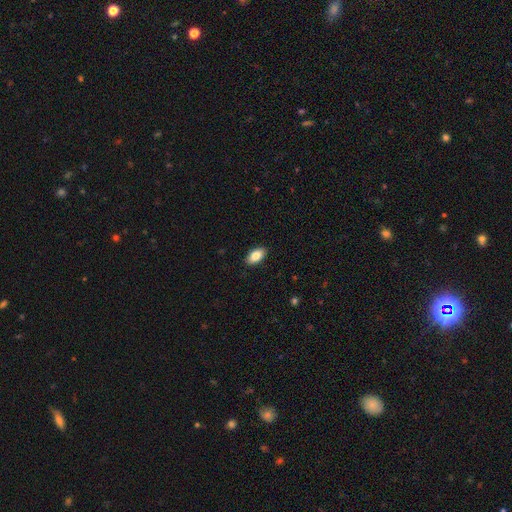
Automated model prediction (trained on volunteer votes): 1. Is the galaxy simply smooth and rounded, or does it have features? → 83% smooth, 10% featured or disk, 7% star or artifact.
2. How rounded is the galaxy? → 93% in between, 4% cigar-shaped, 3% round.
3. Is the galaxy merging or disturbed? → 90% none, 7% minor disturbance, 2% major disturbance, 1% merger.